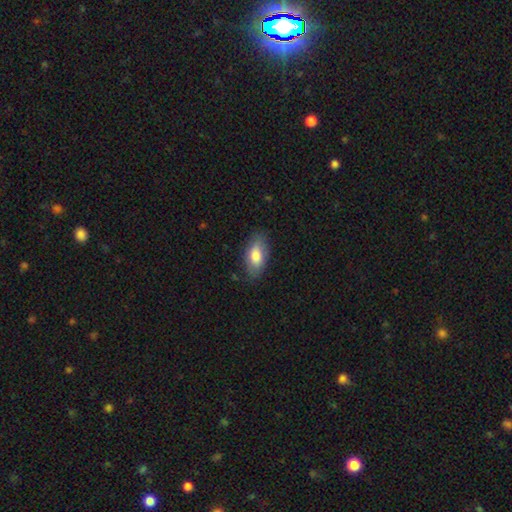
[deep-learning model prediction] smooth 79%, featured or disk 15%, star or artifact 6%. Down the decision tree: how rounded — in between (89%); merging — none (80%).